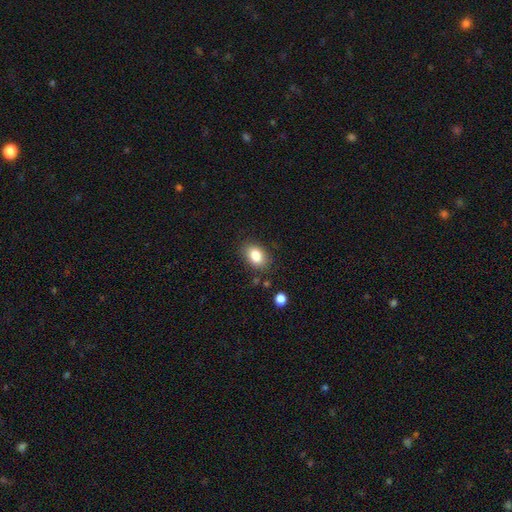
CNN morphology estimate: smooth-or-featured: smooth: 84% | star or artifact: 9% | featured or disk: 8%
  how-rounded: in between: 82% | round: 17% | cigar-shaped: 1%
  merging: none: 82% | minor disturbance: 12% | major disturbance: 3% | merger: 2%